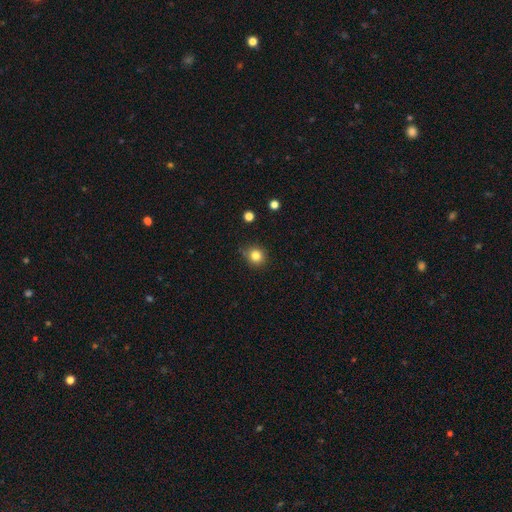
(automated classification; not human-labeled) Smooth or featured?
  - smooth: 82% *
  - star or artifact: 13%
  - featured or disk: 6%
How rounded?
  - round: 90% *
  - in between: 9%
  - cigar-shaped: 1%
Merging?
  - none: 84% *
  - minor disturbance: 12%
  - major disturbance: 2%
  - merger: 2%